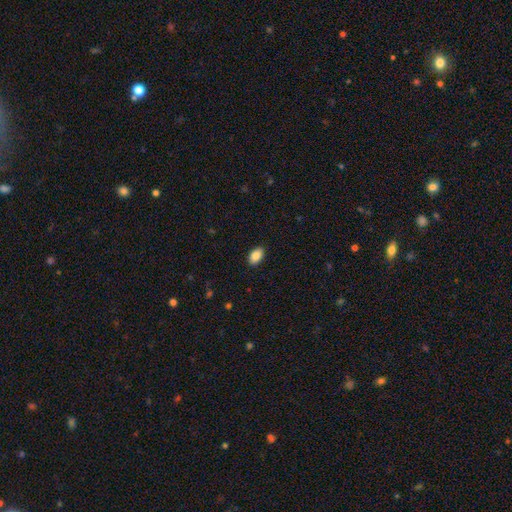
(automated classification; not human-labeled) Smooth or featured? smooth (88%)
How rounded? in between (93%)
Merging? none (89%)